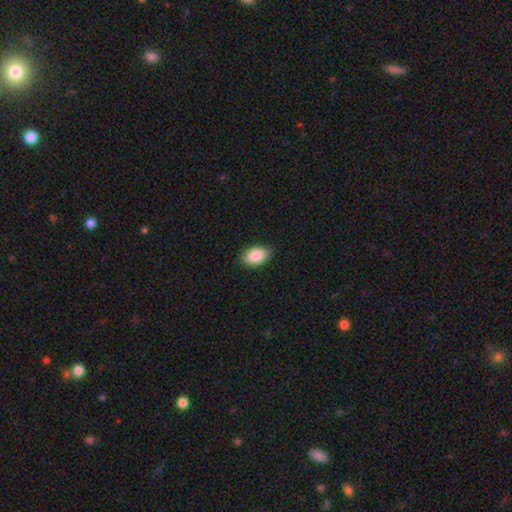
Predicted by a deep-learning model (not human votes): Morphology: type=smooth (88%); roundness=in between (90%); merging=none (87%).